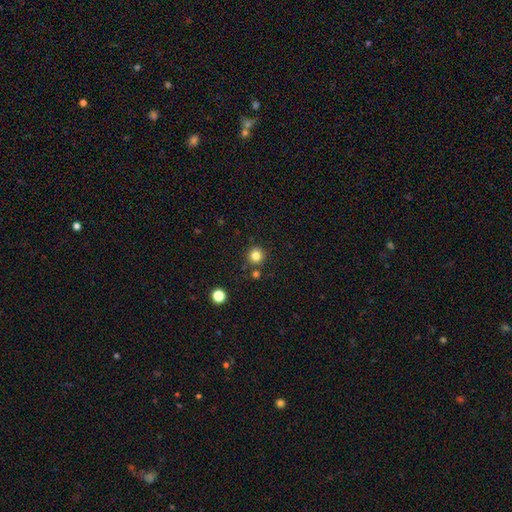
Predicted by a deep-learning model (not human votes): Smooth or featured?
  - smooth: 82% *
  - star or artifact: 13%
  - featured or disk: 5%
How rounded?
  - round: 94% *
  - in between: 5%
  - cigar-shaped: 1%
Merging?
  - none: 86% *
  - minor disturbance: 7%
  - merger: 5%
  - major disturbance: 2%